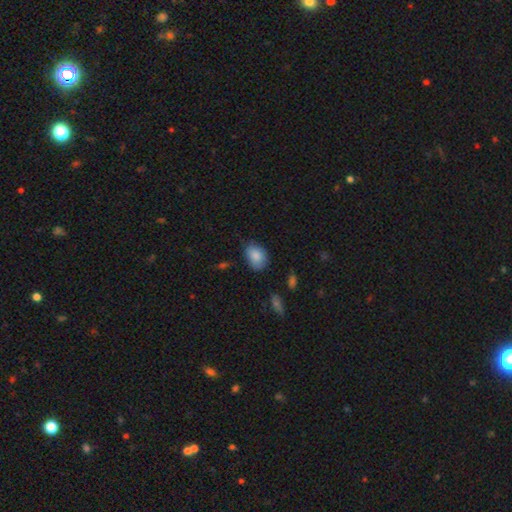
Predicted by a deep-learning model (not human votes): Q: Smooth or featured?
A: smooth (86%); runner-up: featured or disk (7%)
Q: How rounded?
A: in between (76%); runner-up: round (23%)
Q: Merging?
A: none (69%); runner-up: minor disturbance (25%)